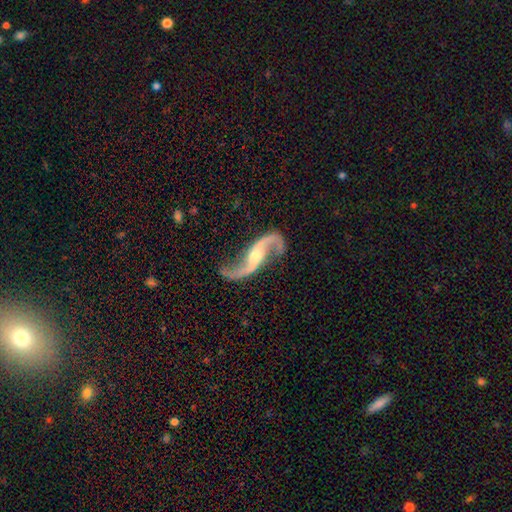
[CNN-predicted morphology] Smooth or featured?
  - featured or disk: 94% *
  - star or artifact: 4%
  - smooth: 3%
Edge-on disk?
  - no: 95% *
  - yes: 5%
Bar?
  - no: 45% *
  - weak: 35%
  - strong: 20%
Spiral arms?
  - yes: 98% *
  - no: 2%
Spiral winding?
  - loose: 86% *
  - medium: 11%
  - tight: 3%
Spiral arm count?
  - 2: 95% *
  - 1: 1%
  - can't tell: 1%
  - 3: 1%
  - 4: 1%
  - more than 4: 1%
Bulge size?
  - moderate: 61% *
  - small: 30%
  - large: 5%
  - none: 2%
  - dominant: 1%
Merging?
  - none: 79% *
  - minor disturbance: 13%
  - major disturbance: 6%
  - merger: 2%